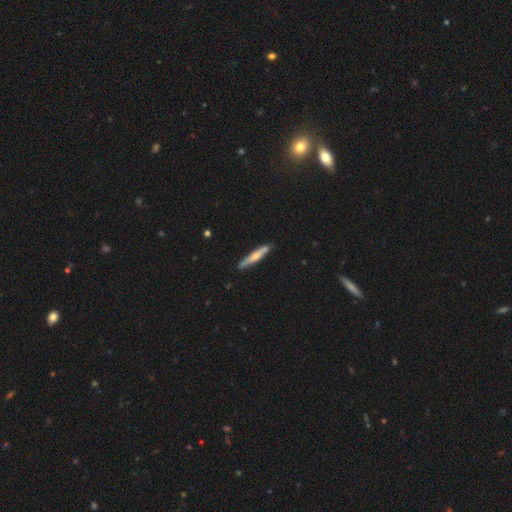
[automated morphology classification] This is possibly a featured or disk galaxy (50%). It is clearly viewed edge-on (92%). Merging: clearly none (88%).